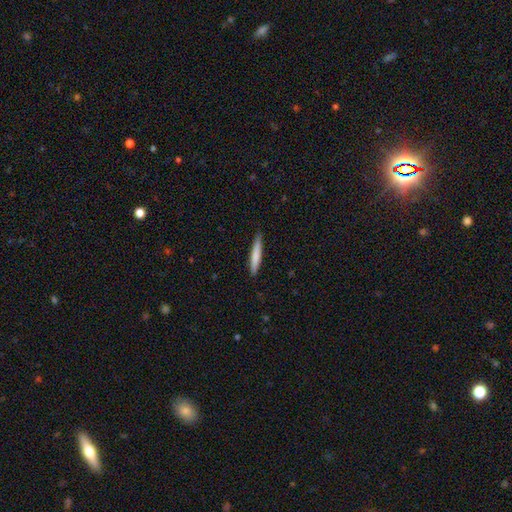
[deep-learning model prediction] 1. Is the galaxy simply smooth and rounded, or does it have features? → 74% smooth, 21% featured or disk, 5% star or artifact.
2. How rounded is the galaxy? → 94% cigar-shaped, 5% in between, 1% round.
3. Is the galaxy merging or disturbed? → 88% none, 9% minor disturbance, 2% major disturbance, 1% merger.